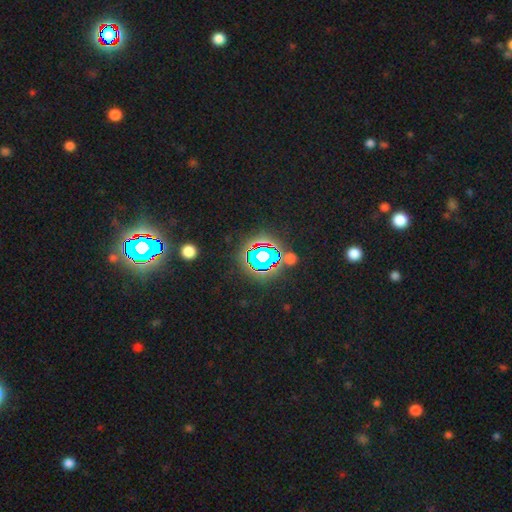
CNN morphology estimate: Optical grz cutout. It shows a star or artifact, not a galaxy (73%).